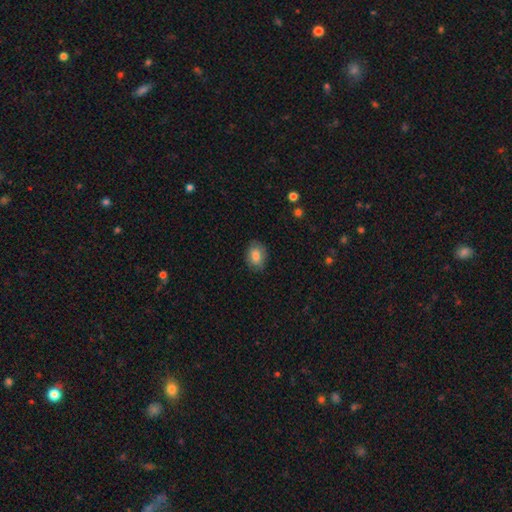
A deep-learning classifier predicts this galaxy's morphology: smooth 82%, featured or disk 11%, star or artifact 7%. Down the decision tree: how rounded — in between (74%); merging — none (83%).